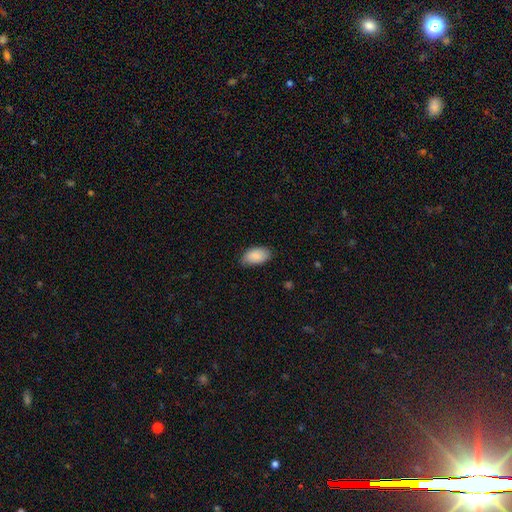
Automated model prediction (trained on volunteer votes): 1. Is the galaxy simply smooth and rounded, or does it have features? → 86% smooth, 8% featured or disk, 6% star or artifact.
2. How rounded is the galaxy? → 95% in between, 4% round, 2% cigar-shaped.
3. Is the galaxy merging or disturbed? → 75% none, 21% minor disturbance, 3% major disturbance, 1% merger.